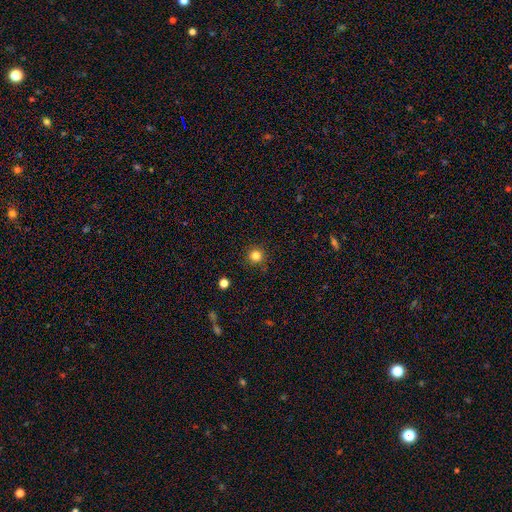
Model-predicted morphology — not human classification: Smooth or featured: smooth — 83% (star or artifact — 13%)
How rounded: round — 95% (in between — 4%)
Merging: none — 91% (minor disturbance — 6%)